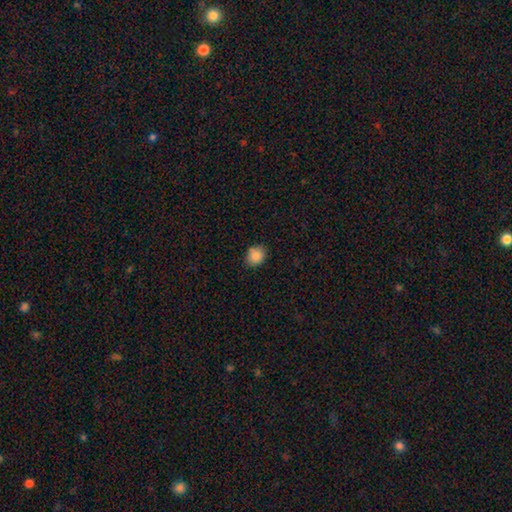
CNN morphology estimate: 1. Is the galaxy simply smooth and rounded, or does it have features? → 86% smooth, 9% star or artifact, 4% featured or disk.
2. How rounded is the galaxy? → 63% round, 36% in between, 1% cigar-shaped.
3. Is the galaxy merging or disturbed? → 78% none, 17% minor disturbance, 3% major disturbance, 2% merger.